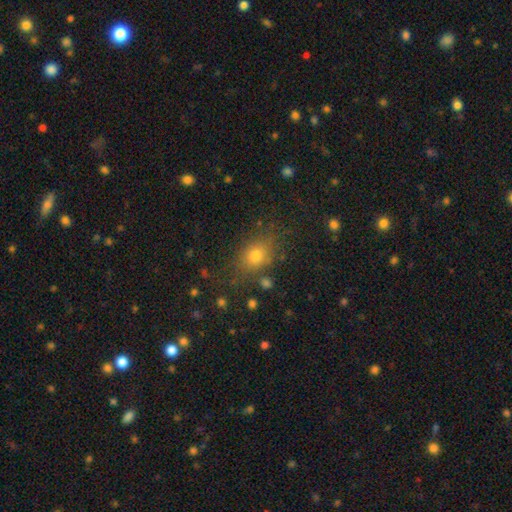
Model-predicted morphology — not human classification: A smooth galaxy with no disk features (74%) that is in between round and cigar-shaped (58%).

Vote fractions:
- Smooth or featured? smooth: 74% / star or artifact: 16% / featured or disk: 10%
- How rounded? in between: 58% / round: 39% / cigar-shaped: 2%
- Merging? none: 76% / minor disturbance: 15% / major disturbance: 6% / merger: 4%